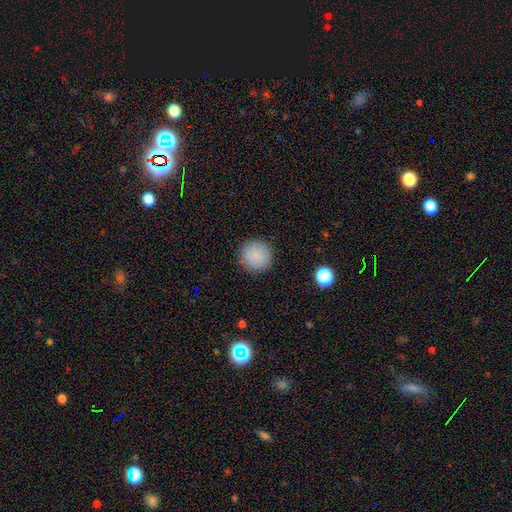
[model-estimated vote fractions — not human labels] Smooth or featured?
  - smooth: 86% *
  - star or artifact: 9%
  - featured or disk: 5%
How rounded?
  - round: 95% *
  - in between: 4%
  - cigar-shaped: 1%
Merging?
  - none: 91% *
  - minor disturbance: 6%
  - major disturbance: 2%
  - merger: 1%